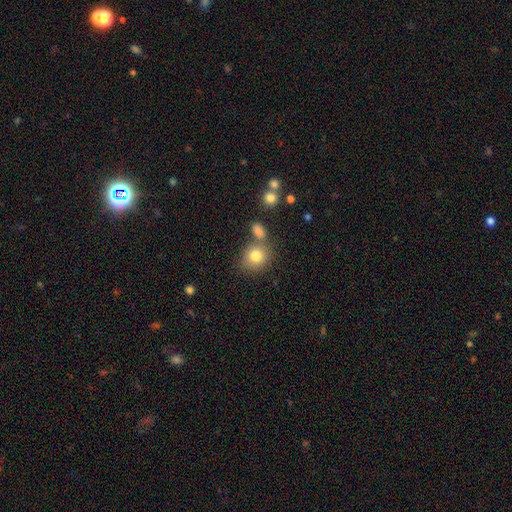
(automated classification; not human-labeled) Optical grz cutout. It shows a smooth galaxy with no disk features (81%) that is round (72%). Merging: none (61%).